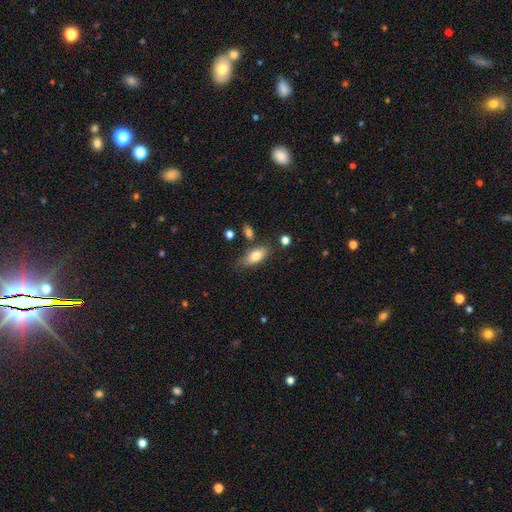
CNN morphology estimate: Smooth or featured? smooth (78%)
How rounded? in between (84%)
Merging? none (71%)